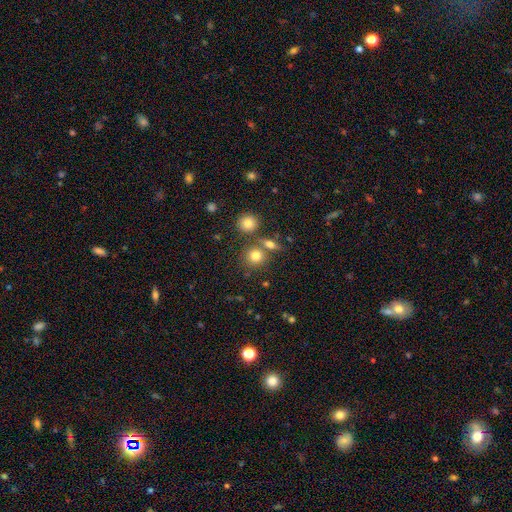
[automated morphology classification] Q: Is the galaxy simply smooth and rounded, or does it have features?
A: smooth — 77%.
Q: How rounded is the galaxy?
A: round — 84%.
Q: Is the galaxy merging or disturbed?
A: none — 67%.